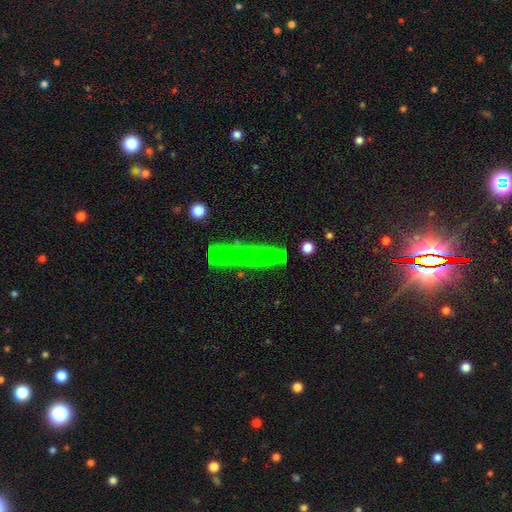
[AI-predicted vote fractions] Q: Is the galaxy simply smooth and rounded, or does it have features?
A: featured or disk — 78%.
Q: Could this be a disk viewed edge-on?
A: yes — 95%.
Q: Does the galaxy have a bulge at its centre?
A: rounded — 63%.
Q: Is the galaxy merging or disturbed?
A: none — 71%.